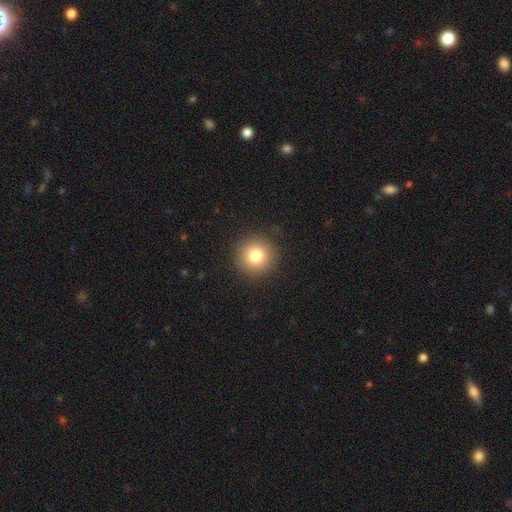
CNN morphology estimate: smooth-or-featured: smooth: 80% | star or artifact: 11% | featured or disk: 9%
  how-rounded: round: 95% | in between: 4% | cigar-shaped: 1%
  merging: none: 91% | minor disturbance: 6% | major disturbance: 2% | merger: 1%